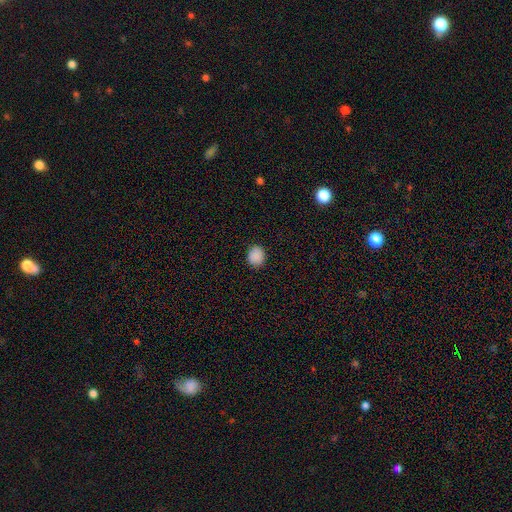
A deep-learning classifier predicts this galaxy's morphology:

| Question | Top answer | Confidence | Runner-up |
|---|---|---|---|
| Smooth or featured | smooth | 88% | star or artifact (9%) |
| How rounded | round | 71% | in between (28%) |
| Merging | none | 89% | minor disturbance (8%) |